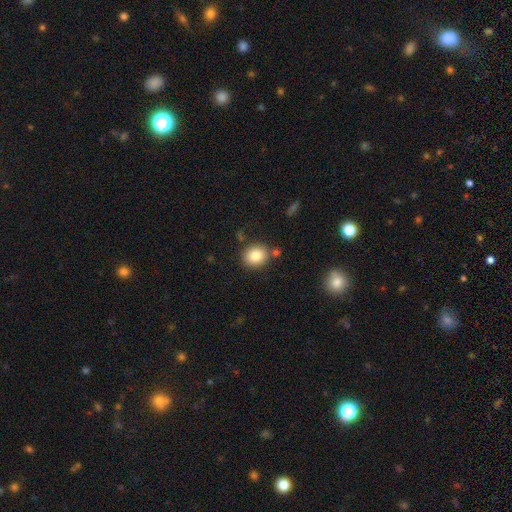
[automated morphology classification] Smooth or featured? smooth (85%)
How rounded? round (63%)
Merging? none (80%)